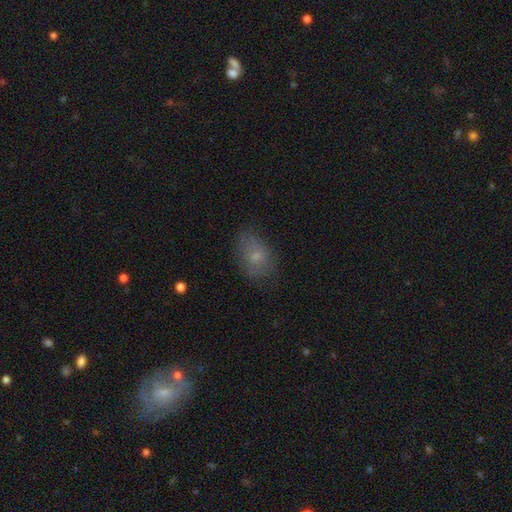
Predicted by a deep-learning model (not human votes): This is likely a smooth galaxy (68%). How rounded: likely in between (79%). Merging: likely none (63%).